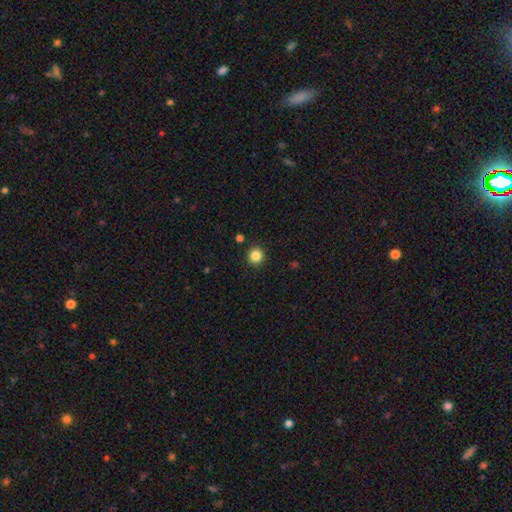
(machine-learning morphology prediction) Smooth or featured? smooth (85%)
How rounded? round (93%)
Merging? none (92%)